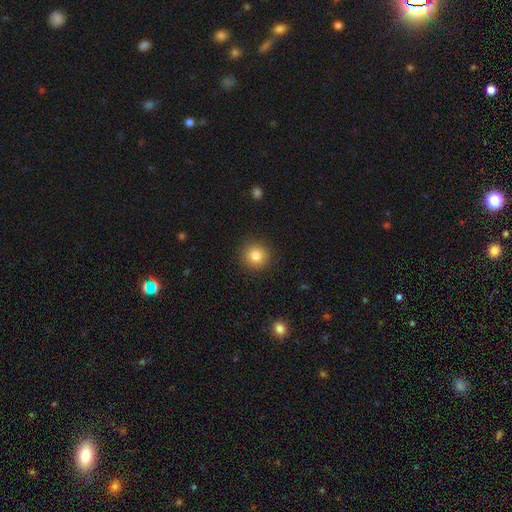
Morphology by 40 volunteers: smooth-or-featured: smooth: 88% | star or artifact: 8% | featured or disk: 5%
  how-rounded: round: 97% | in between: 3% | cigar-shaped: 0%
  merging: none: 92% | minor disturbance: 5% | major disturbance: 3% | merger: 0%